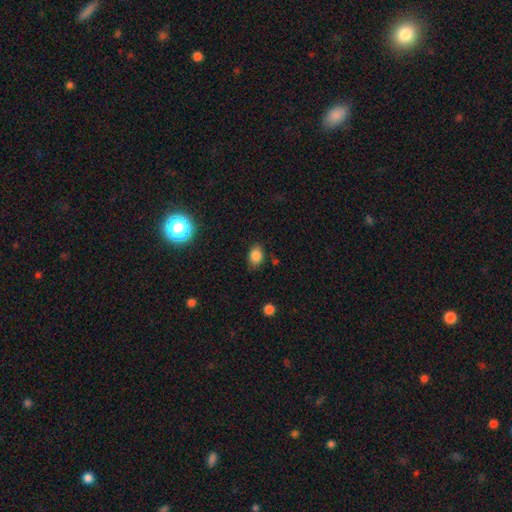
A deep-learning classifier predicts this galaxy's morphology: smooth_or_featured: smooth (p=0.83) [alt: star or artifact p=0.11]
how_rounded: in between (p=0.73) [alt: round p=0.26]
merging: none (p=0.79) [alt: minor disturbance p=0.16]